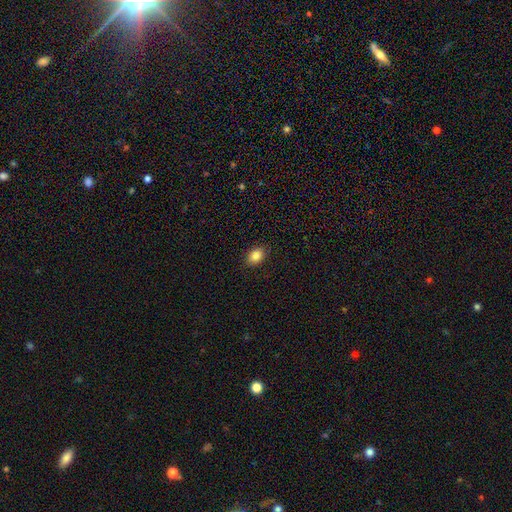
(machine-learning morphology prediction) Smooth or featured? Predicted: smooth (p=0.86). How rounded? Predicted: in between (p=0.67). Merging? Predicted: none (p=0.89).